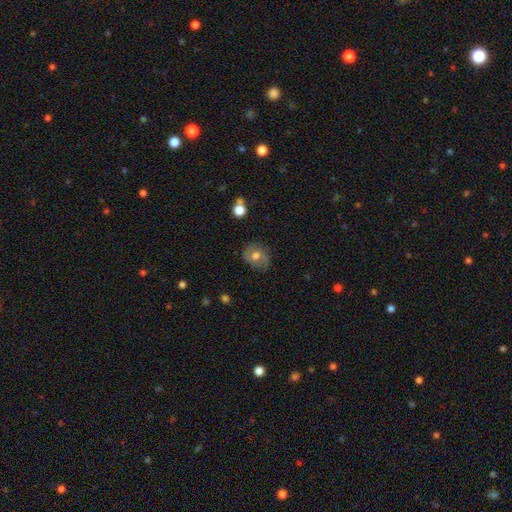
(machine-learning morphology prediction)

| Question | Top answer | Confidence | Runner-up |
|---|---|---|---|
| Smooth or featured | smooth | 58% | featured or disk (32%) |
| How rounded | round | 67% | in between (32%) |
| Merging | none | 73% | minor disturbance (19%) |